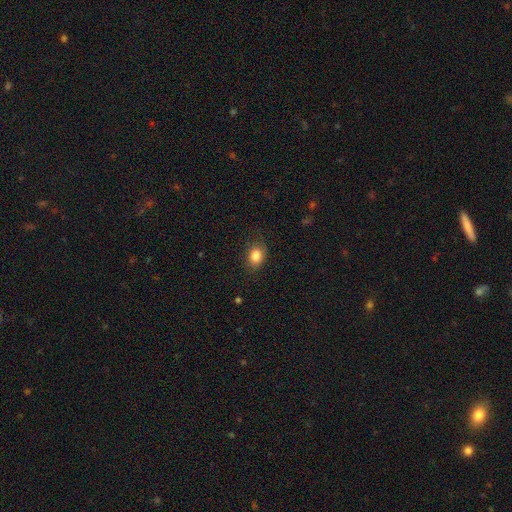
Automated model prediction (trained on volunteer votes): Q: Smooth or featured?
A: smooth (84%); runner-up: star or artifact (10%)
Q: How rounded?
A: in between (64%); runner-up: round (34%)
Q: Merging?
A: none (78%); runner-up: minor disturbance (17%)